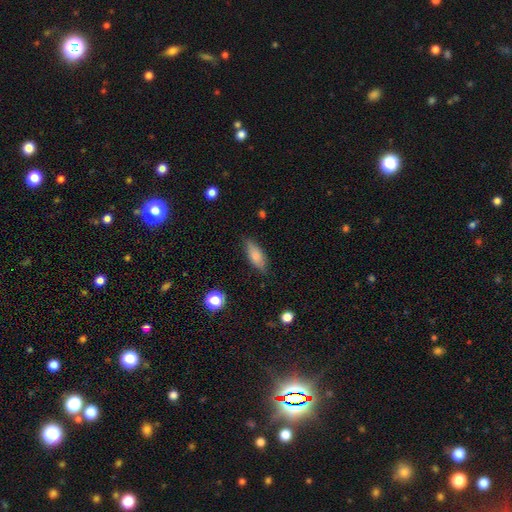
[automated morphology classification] smooth 74%, featured or disk 18%, star or artifact 8%. Down the decision tree: how rounded — in between (71%); merging — none (79%).